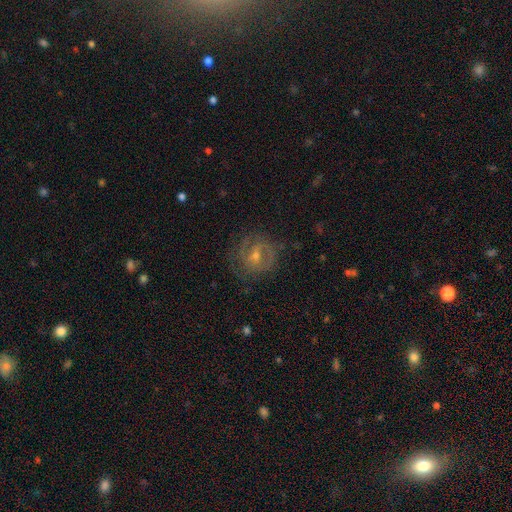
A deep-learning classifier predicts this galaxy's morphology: smooth_or_featured: featured or disk (p=0.71) [alt: smooth p=0.18]
disk_edge_on: no (p=0.97) [alt: yes p=0.03]
bar: weak (p=0.46) [alt: no p=0.40]
has_spiral_arms: yes (p=0.83) [alt: no p=0.17]
spiral_winding: tight (p=0.51) [alt: medium p=0.37]
spiral_arm_count: 2 (p=0.48) [alt: can't tell p=0.32]
bulge_size: moderate (p=0.47) [tied with: small p=0.47]
merging: none (p=0.74) [alt: minor disturbance p=0.16]